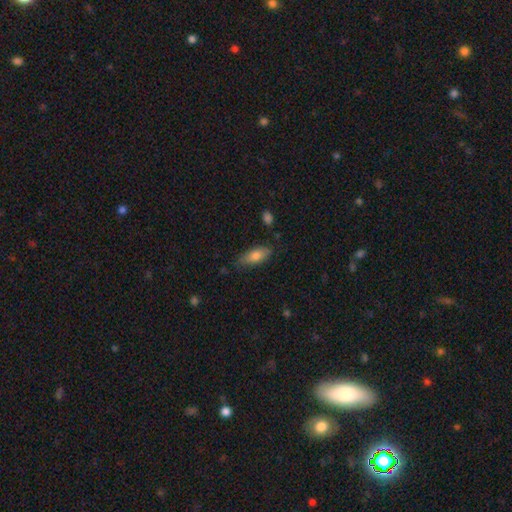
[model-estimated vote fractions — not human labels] A smooth galaxy with no disk features (77%) that is in between round and cigar-shaped (75%). Merging: none (75%).